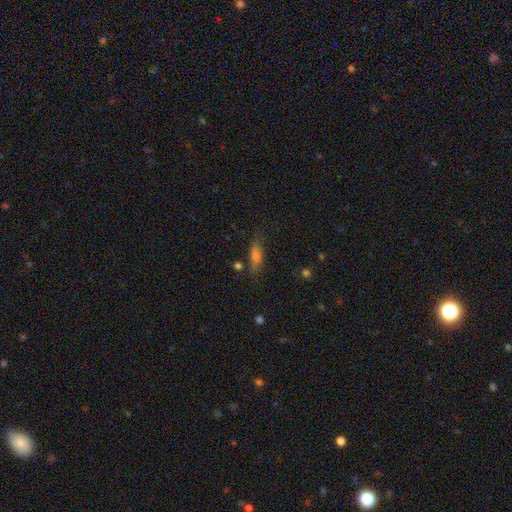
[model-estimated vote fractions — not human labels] smooth_or_featured: smooth (p=0.62) [alt: featured or disk p=0.25]
how_rounded: cigar-shaped (p=0.57) [alt: in between p=0.39]
merging: none (p=0.78) [alt: minor disturbance p=0.14]